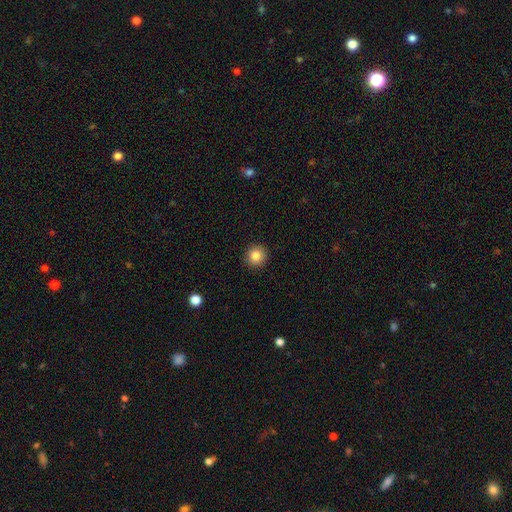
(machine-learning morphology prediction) Q: Smooth or featured?
A: smooth (85%); runner-up: star or artifact (10%)
Q: How rounded?
A: round (94%); runner-up: in between (5%)
Q: Merging?
A: none (92%); runner-up: minor disturbance (5%)